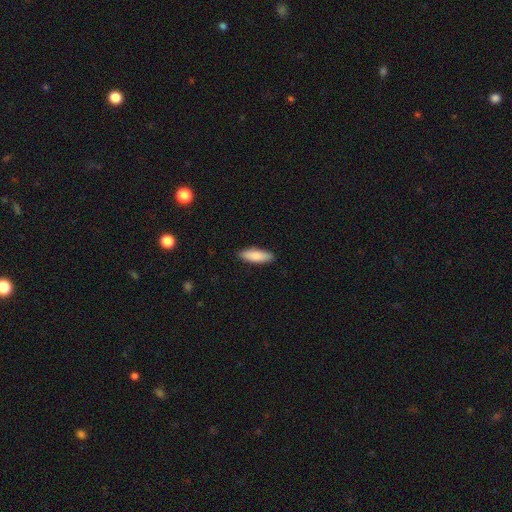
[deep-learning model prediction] This is clearly a smooth galaxy (87%). How rounded: possibly in between (58%). Merging: clearly none (90%).